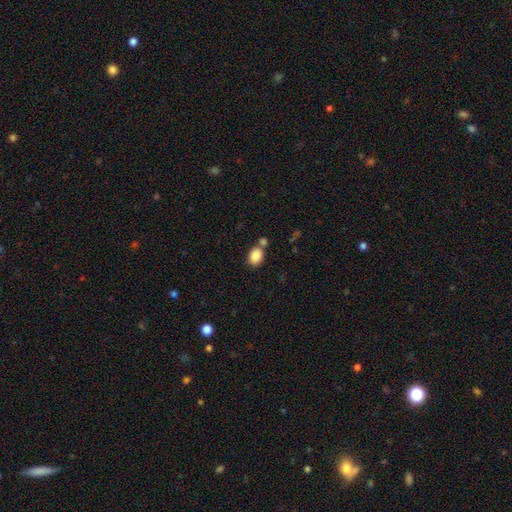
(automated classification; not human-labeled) smooth_or_featured: smooth (p=0.87) [alt: star or artifact p=0.08]
how_rounded: in between (p=0.66) [alt: round p=0.33]
merging: none (p=0.62) [alt: merger p=0.23]